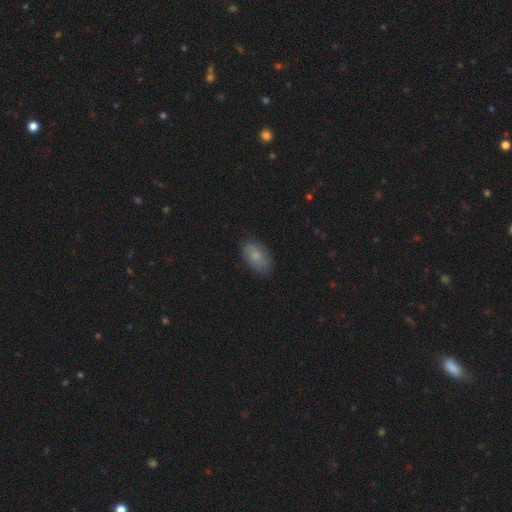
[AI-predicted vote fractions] smooth-or-featured: smooth: 76% | featured or disk: 17% | star or artifact: 8%
  how-rounded: in between: 92% | round: 6% | cigar-shaped: 2%
  merging: none: 80% | minor disturbance: 15% | major disturbance: 3% | merger: 1%